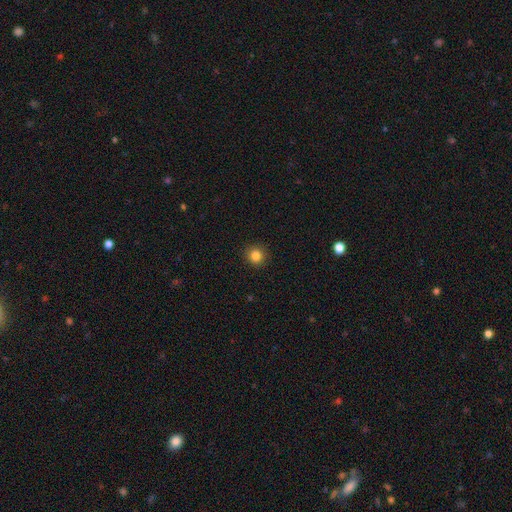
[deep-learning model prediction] A smooth galaxy with no disk features (84%) that is round (93%).

Vote fractions:
- Smooth or featured? smooth: 84% / star or artifact: 11% / featured or disk: 5%
- How rounded? round: 93% / in between: 6% / cigar-shaped: 1%
- Merging? none: 92% / minor disturbance: 5% / major disturbance: 2% / merger: 1%